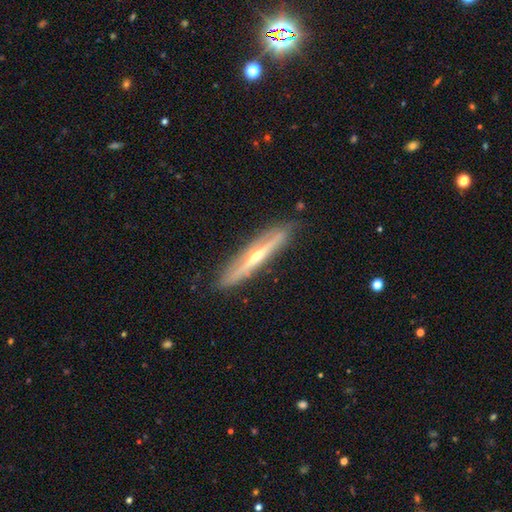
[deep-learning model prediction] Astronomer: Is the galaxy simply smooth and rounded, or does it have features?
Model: featured or disk — 73%.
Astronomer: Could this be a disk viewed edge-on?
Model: yes — 92%.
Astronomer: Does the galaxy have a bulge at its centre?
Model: rounded — 83%.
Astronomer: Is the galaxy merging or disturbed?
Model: none — 85%.